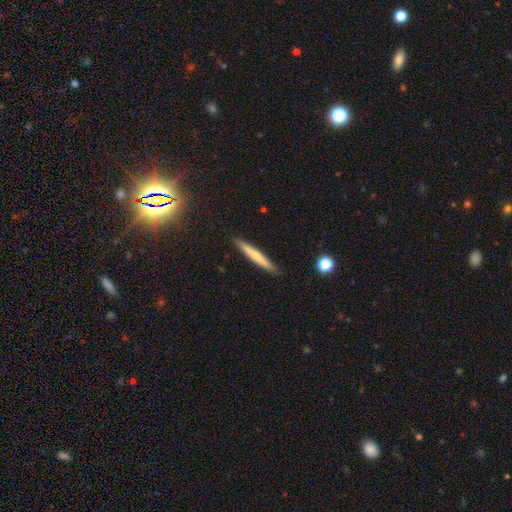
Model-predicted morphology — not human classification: type=smooth (59%); roundness=cigar-shaped (96%); merging=none (90%).